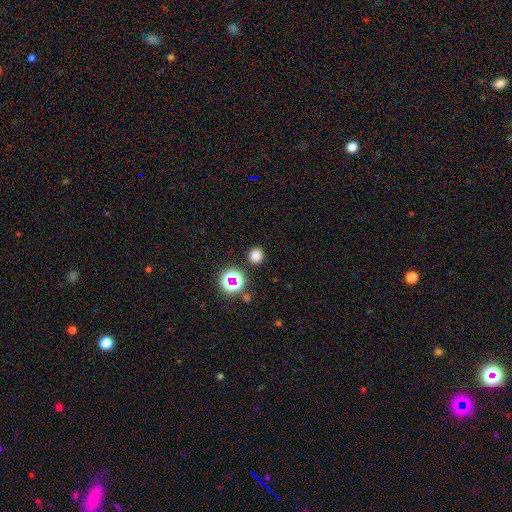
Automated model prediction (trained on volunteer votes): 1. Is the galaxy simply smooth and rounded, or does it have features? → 76% smooth, 19% star or artifact, 5% featured or disk.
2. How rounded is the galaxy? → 91% round, 8% in between, 1% cigar-shaped.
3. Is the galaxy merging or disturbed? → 90% none, 5% minor disturbance, 2% major disturbance, 2% merger.